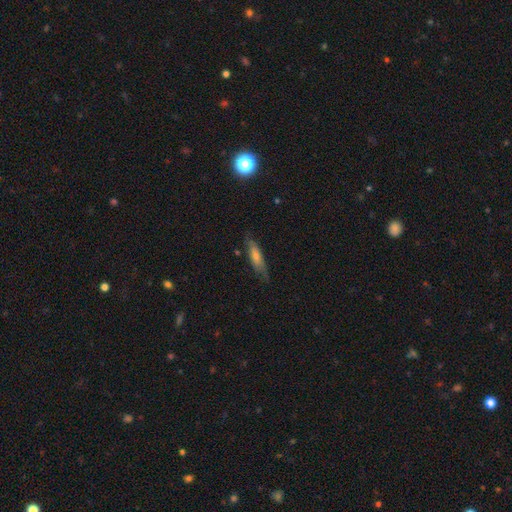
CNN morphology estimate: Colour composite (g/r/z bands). It shows a smooth galaxy with no disk features (56%) that is cigar-shaped (69%). Merging: none (73%).